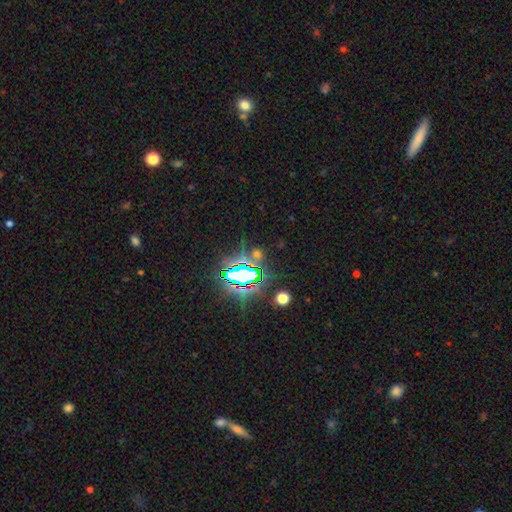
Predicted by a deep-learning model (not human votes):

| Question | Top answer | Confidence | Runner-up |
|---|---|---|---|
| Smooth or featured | star or artifact | 78% | smooth (13%) |